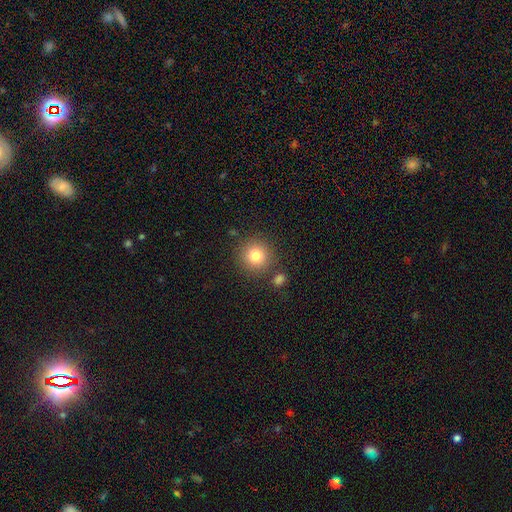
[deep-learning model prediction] smooth 82%, star or artifact 10%, featured or disk 8%. Down the decision tree: how rounded — round (93%); merging — none (82%).